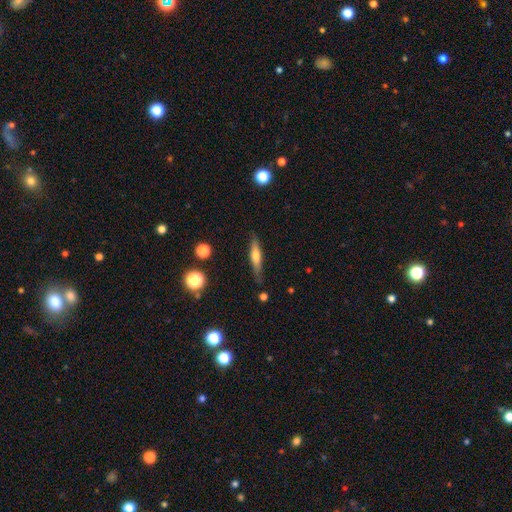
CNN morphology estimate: This is possibly a smooth galaxy (52%). How rounded: clearly cigar-shaped (81%). Merging: clearly none (81%).